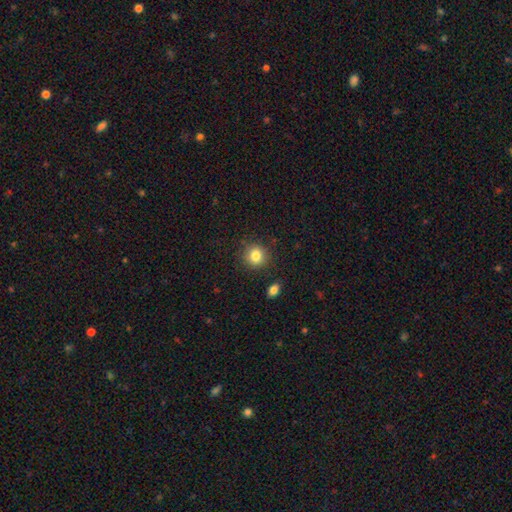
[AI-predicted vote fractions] Overall: smooth (84%). How rounded: round (83%). Merging: none (86%).